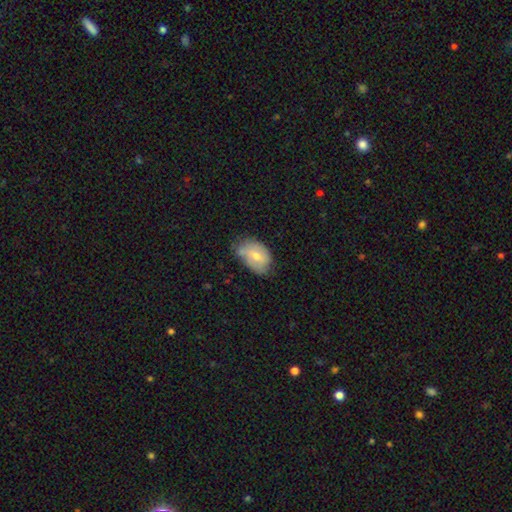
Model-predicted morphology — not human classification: Overall: smooth (60%; featured or disk 34%). How rounded: in between (83%). Merging: none (44%; minor disturbance 38%).